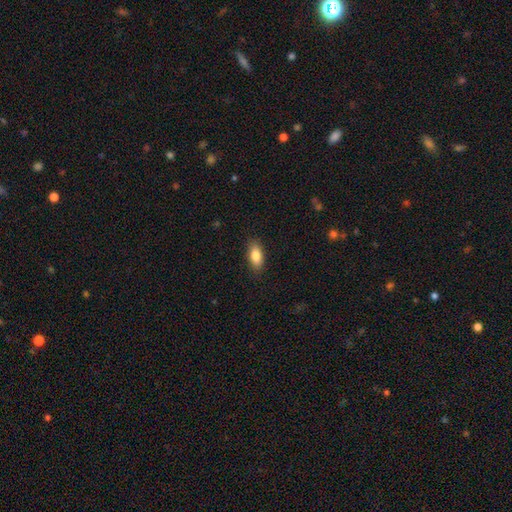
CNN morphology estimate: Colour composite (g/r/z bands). It shows a smooth galaxy with no disk features (83%) that is in between round and cigar-shaped (86%). Merging: none (87%).